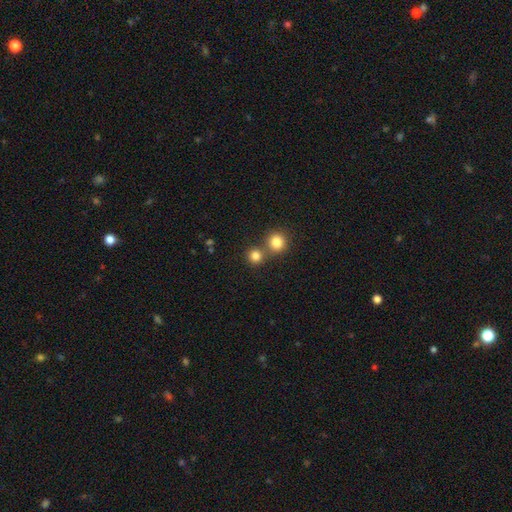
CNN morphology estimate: A smooth galaxy with no disk features (82%) that is round (91%). Merging: none (63%).